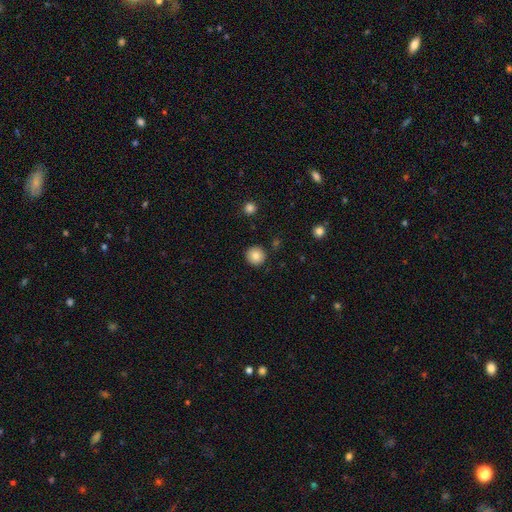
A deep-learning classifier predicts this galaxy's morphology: smooth 83%, star or artifact 10%, featured or disk 7%. Down the decision tree: how rounded — round (96%); merging — none (92%).